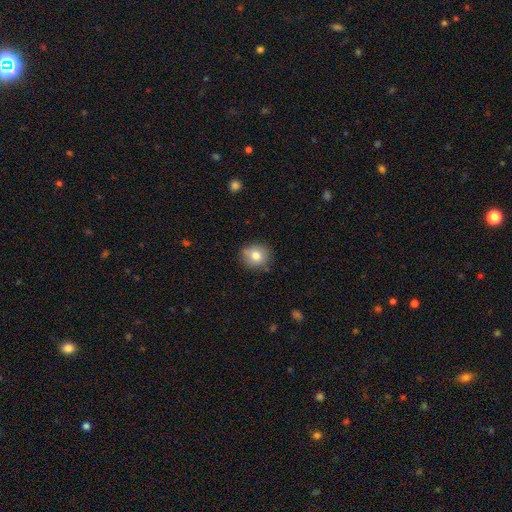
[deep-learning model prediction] Smooth or featured?
  - smooth: 79% *
  - featured or disk: 11%
  - star or artifact: 10%
How rounded?
  - round: 81% *
  - in between: 18%
  - cigar-shaped: 1%
Merging?
  - none: 82% *
  - minor disturbance: 14%
  - major disturbance: 3%
  - merger: 2%